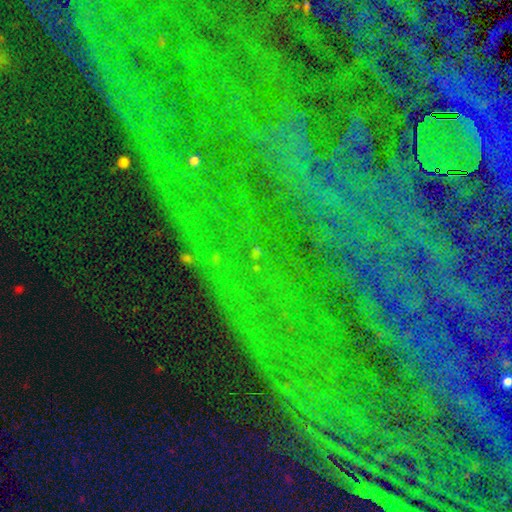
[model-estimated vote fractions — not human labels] smooth-or-featured: star or artifact: 85% | featured or disk: 8% | smooth: 7%